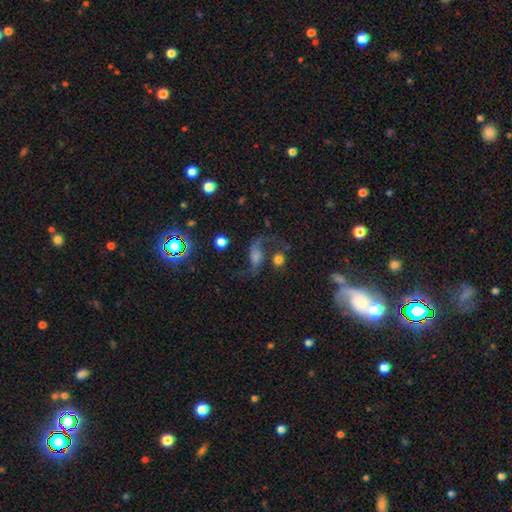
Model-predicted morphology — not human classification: Smooth or featured?
  - featured or disk: 65% *
  - star or artifact: 19%
  - smooth: 16%
Edge-on disk?
  - no: 95% *
  - yes: 5%
Bar?
  - no: 50% *
  - weak: 36%
  - strong: 14%
Spiral arms?
  - yes: 91% *
  - no: 9%
Spiral winding?
  - loose: 80% *
  - medium: 16%
  - tight: 4%
Spiral arm count?
  - 2: 89% *
  - 1: 5%
  - can't tell: 3%
  - 3: 1%
  - 4: 1%
  - more than 4: 1%
Bulge size?
  - none: 30% *
  - moderate: 26%
  - small: 20%
  - large: 18%
  - dominant: 6%
Merging?
  - none: 56% *
  - major disturbance: 19%
  - minor disturbance: 16%
  - merger: 9%